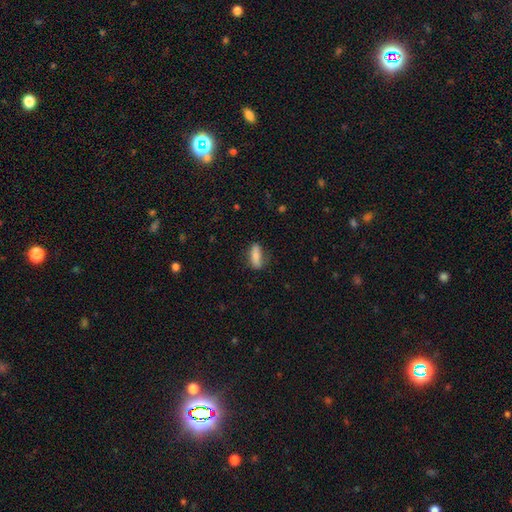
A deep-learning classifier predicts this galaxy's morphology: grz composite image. It shows a smooth galaxy with no disk features (79%) that is in between round and cigar-shaped (63%). Merging: none (73%).